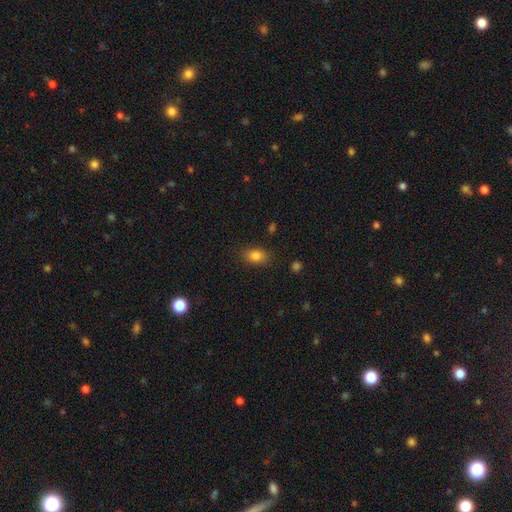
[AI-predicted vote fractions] Q: Smooth or featured?
A: smooth (83%); runner-up: star or artifact (10%)
Q: How rounded?
A: in between (80%); runner-up: round (18%)
Q: Merging?
A: none (83%); runner-up: minor disturbance (12%)